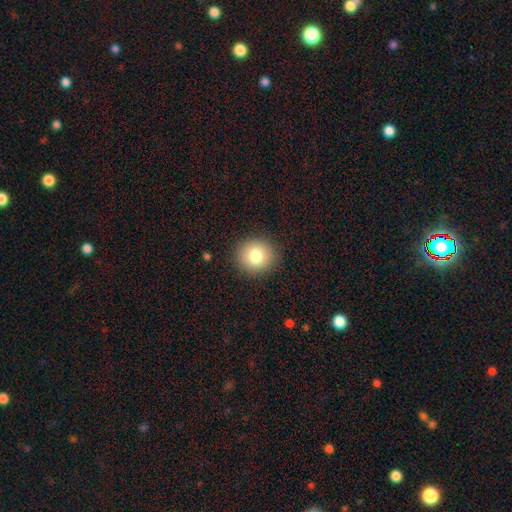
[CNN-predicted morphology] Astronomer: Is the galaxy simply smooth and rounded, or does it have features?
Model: smooth — 80%.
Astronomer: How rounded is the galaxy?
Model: round — 89%.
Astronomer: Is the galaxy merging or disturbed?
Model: none — 90%.